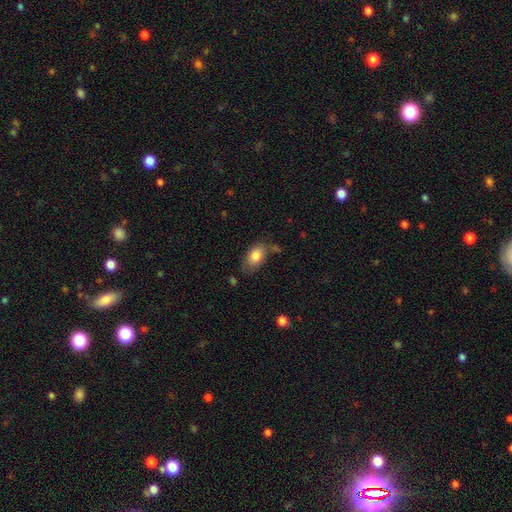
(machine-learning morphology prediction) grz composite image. It shows a smooth galaxy with no disk features (82%) that is in between round and cigar-shaped (90%). Merging: none (63%).